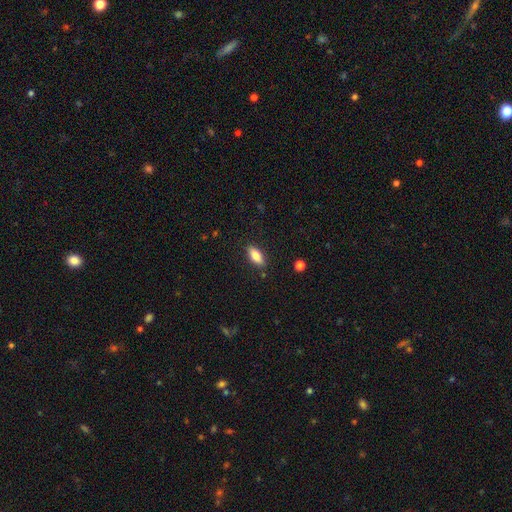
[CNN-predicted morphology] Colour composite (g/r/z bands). It shows a smooth galaxy with no disk features (78%) that is in between round and cigar-shaped (77%). Merging: none (87%).